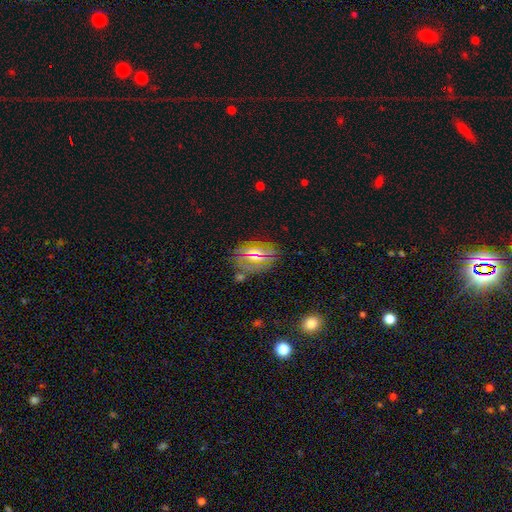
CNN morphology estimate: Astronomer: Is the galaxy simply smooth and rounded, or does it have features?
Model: smooth — 57%.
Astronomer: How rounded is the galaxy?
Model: in between — 68%.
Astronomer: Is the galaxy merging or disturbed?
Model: none — 75%.